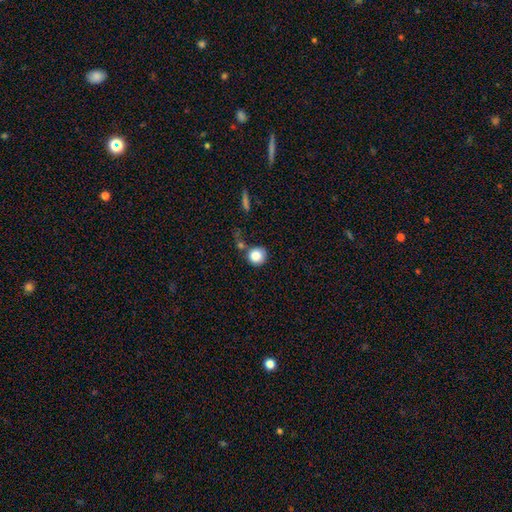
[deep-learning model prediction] Smooth or featured? smooth (85%)
How rounded? round (92%)
Merging? none (69%)